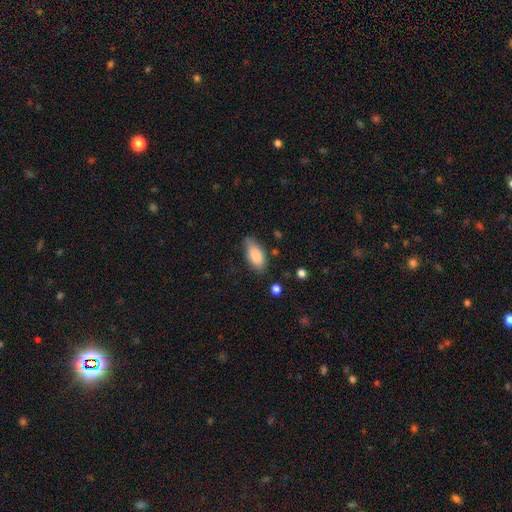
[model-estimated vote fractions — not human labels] A smooth galaxy with no disk features (85%) that is in between round and cigar-shaped (87%).

Vote fractions:
- Smooth or featured? smooth: 85% / featured or disk: 8% / star or artifact: 7%
- How rounded? in between: 87% / cigar-shaped: 10% / round: 3%
- Merging? none: 68% / minor disturbance: 25% / major disturbance: 5% / merger: 2%